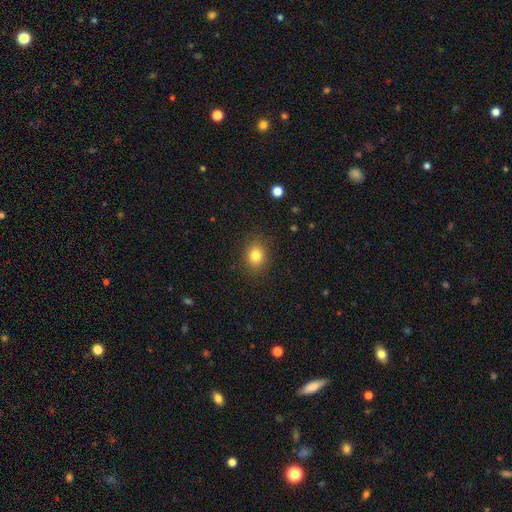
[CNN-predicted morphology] Smooth or featured?
  - smooth: 81% *
  - star or artifact: 12%
  - featured or disk: 7%
How rounded?
  - round: 61% *
  - in between: 38%
  - cigar-shaped: 1%
Merging?
  - none: 87% *
  - minor disturbance: 9%
  - major disturbance: 3%
  - merger: 1%